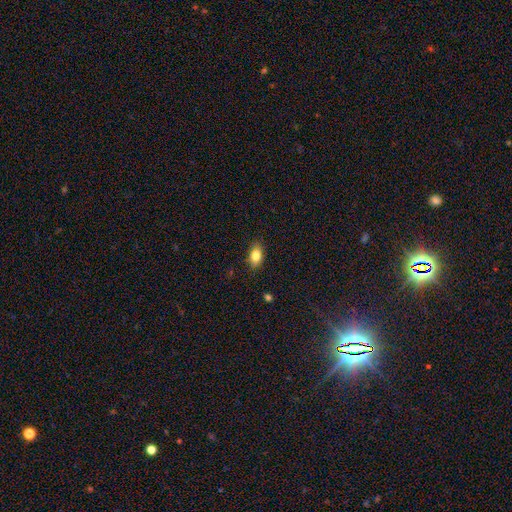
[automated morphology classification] smooth-or-featured: smooth: 82% | featured or disk: 10% | star or artifact: 8%
  how-rounded: in between: 87% | round: 10% | cigar-shaped: 3%
  merging: none: 85% | minor disturbance: 11% | major disturbance: 2% | merger: 1%